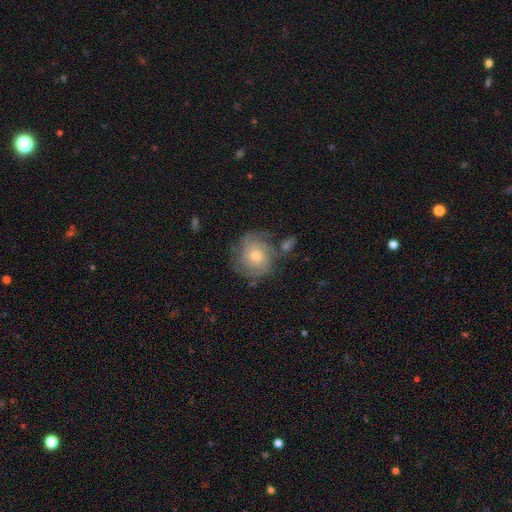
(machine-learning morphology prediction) smooth-or-featured: featured or disk: 67% | smooth: 25% | star or artifact: 7%
  disk-edge-on: no: 97% | yes: 3%
    bar: no: 79% | weak: 18% | strong: 3%
    has-spiral-arms: yes: 89% | no: 11%
      spiral-winding: tight: 59% | medium: 30% | loose: 10%
      spiral-arm-count: can't tell: 35% | 2: 22% | 3: 21% | 4: 10% | 1: 6% | more than 4: 5%
    bulge-size: moderate: 62% | small: 30% | large: 5% | none: 1% | dominant: 1%
  merging: none: 64% | minor disturbance: 19% | major disturbance: 9% | merger: 8%